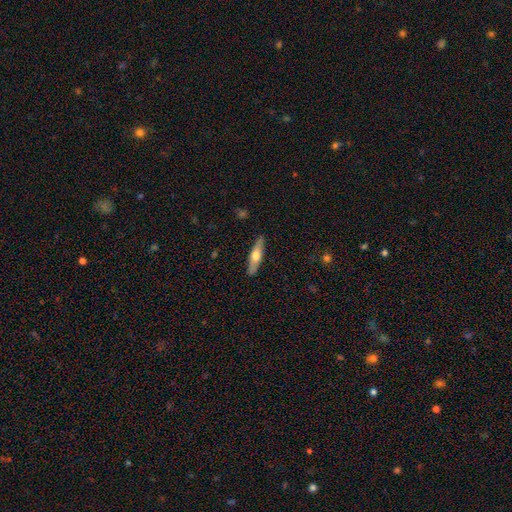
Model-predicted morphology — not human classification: Smooth or featured?
  - featured or disk: 48% *
  - smooth: 46%
  - star or artifact: 6%
Merging?
  - none: 89% *
  - minor disturbance: 8%
  - major disturbance: 2%
  - merger: 1%